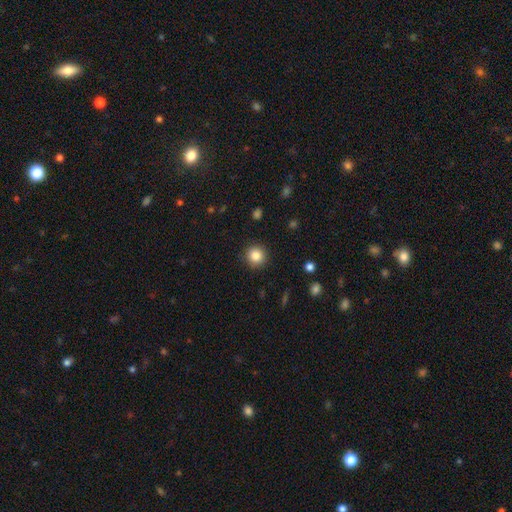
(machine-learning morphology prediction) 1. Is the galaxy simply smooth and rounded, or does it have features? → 84% smooth, 10% star or artifact, 5% featured or disk.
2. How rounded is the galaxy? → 94% round, 5% in between, 1% cigar-shaped.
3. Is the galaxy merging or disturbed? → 91% none, 6% minor disturbance, 2% major disturbance, 1% merger.